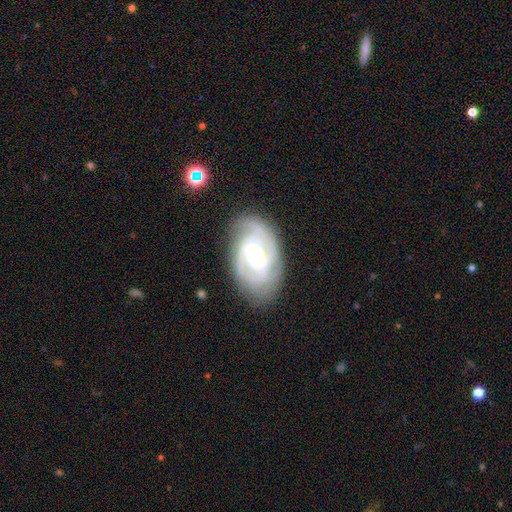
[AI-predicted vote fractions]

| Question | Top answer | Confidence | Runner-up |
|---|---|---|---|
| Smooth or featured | featured or disk | 86% | smooth (8%) |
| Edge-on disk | no | 96% | yes (4%) |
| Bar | weak | 49% | no (29%) |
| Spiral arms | yes | 96% | no (4%) |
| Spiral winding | tight | 57% | medium (35%) |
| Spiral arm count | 2 | 34% | 3 (28%) |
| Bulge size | small | 57% | moderate (40%) |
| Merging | none | 77% | minor disturbance (16%) |